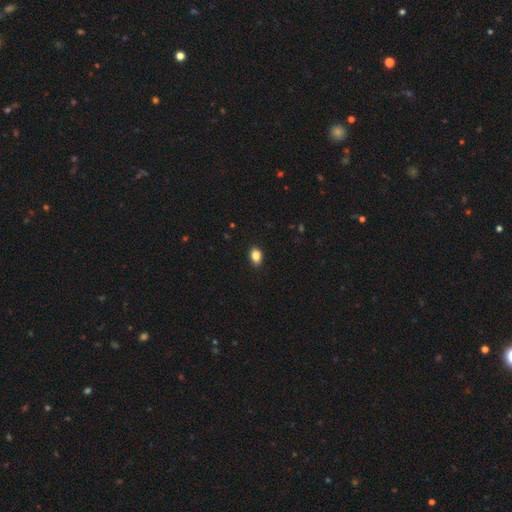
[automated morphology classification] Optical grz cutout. It shows a smooth galaxy with no disk features (86%) that is in between round and cigar-shaped (82%). Merging: none (89%).